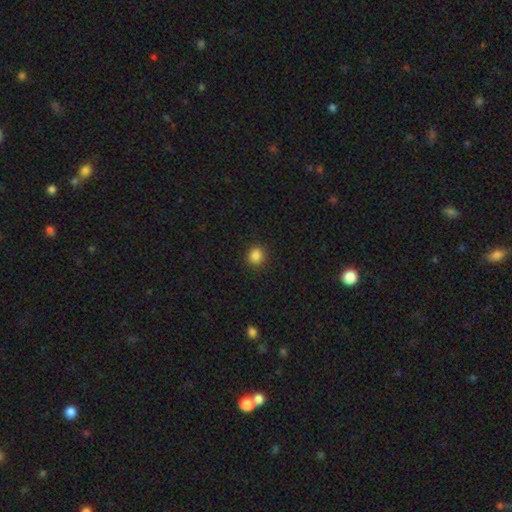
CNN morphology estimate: This is clearly a smooth galaxy (85%). How rounded: clearly round (82%). Merging: clearly none (87%).